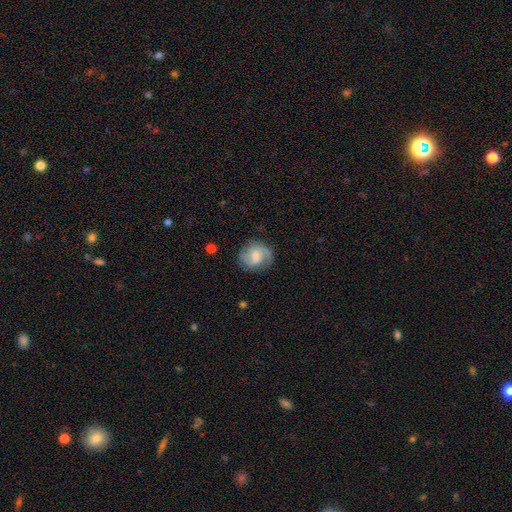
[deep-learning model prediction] This appears to be a featured or disk galaxy (67%) with a weak bar (46%), 2 (80%) medium (48%) spiral arms (92%) and a moderate central bulge (39%). Merging: none (76%).